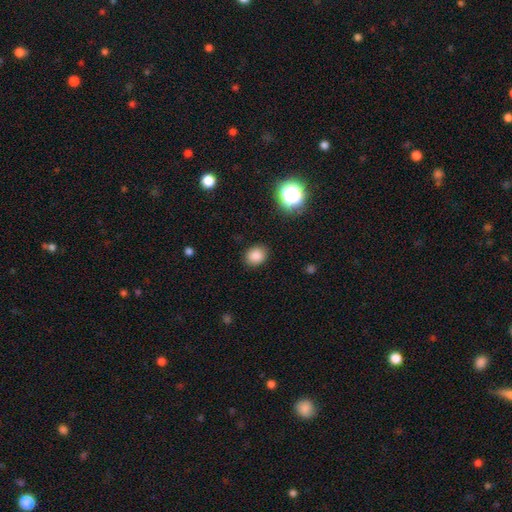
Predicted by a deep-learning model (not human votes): Overall: smooth (84%). How rounded: round (59%; in between 41%). Merging: none (87%).